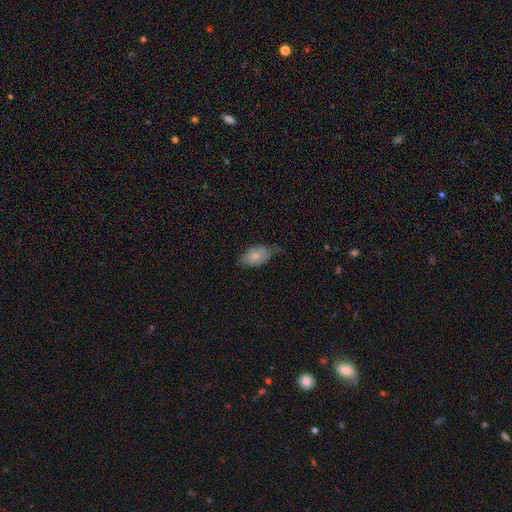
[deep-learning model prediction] Smooth or featured: smooth — 75% (featured or disk — 18%)
How rounded: in between — 92% (round — 6%)
Merging: none — 50% (minor disturbance — 39%)